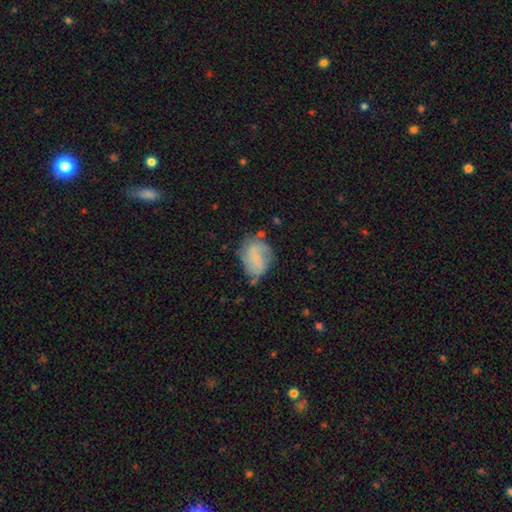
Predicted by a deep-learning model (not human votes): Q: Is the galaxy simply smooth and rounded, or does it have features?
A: smooth — 49%.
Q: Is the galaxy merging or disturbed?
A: none — 49%.